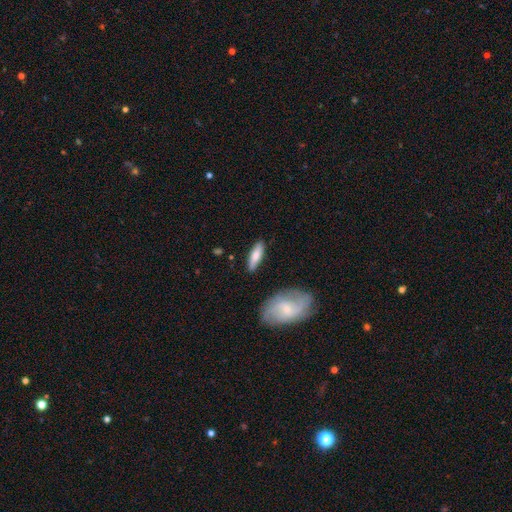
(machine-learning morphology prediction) Smooth or featured? smooth (64%)
How rounded? cigar-shaped (55%)
Merging? none (81%)